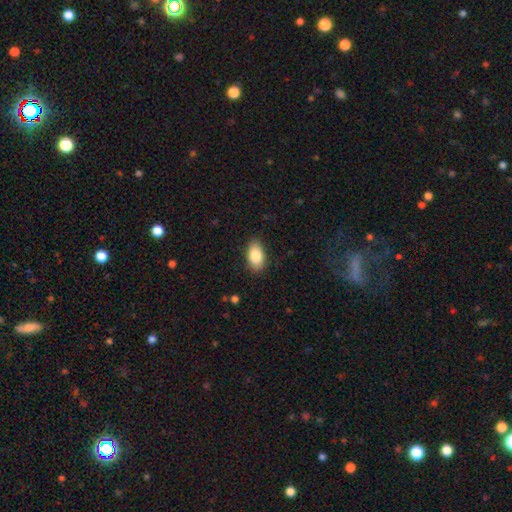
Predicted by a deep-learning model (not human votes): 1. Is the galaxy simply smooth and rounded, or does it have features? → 85% smooth, 9% featured or disk, 7% star or artifact.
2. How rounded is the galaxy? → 92% in between, 5% round, 3% cigar-shaped.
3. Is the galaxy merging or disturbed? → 87% none, 10% minor disturbance, 2% major disturbance, 1% merger.